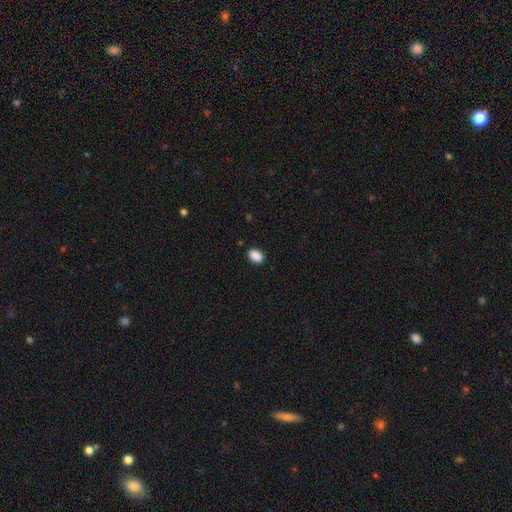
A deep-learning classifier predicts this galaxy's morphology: Smooth or featured?
  - smooth: 89% *
  - star or artifact: 8%
  - featured or disk: 2%
How rounded?
  - in between: 88% *
  - round: 11%
  - cigar-shaped: 1%
Merging?
  - none: 87% *
  - minor disturbance: 9%
  - major disturbance: 2%
  - merger: 1%